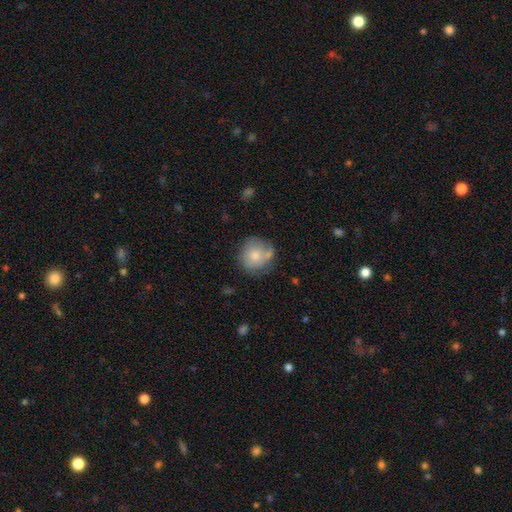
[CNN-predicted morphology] Smooth or featured: smooth — 70% (featured or disk — 23%)
How rounded: round — 87% (in between — 12%)
Merging: none — 59% (minor disturbance — 23%)